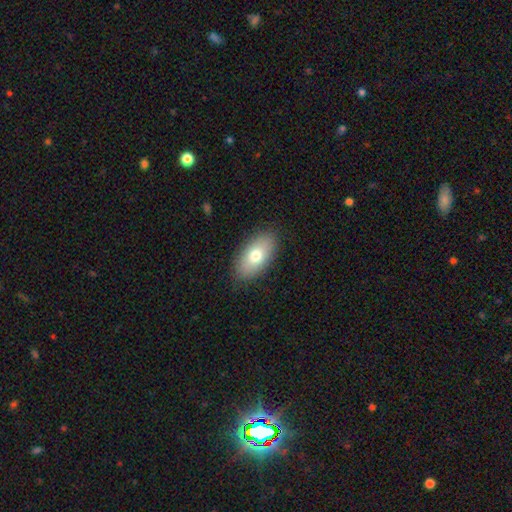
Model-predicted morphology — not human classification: Q: Smooth or featured?
A: smooth (75%); runner-up: featured or disk (18%)
Q: How rounded?
A: in between (93%); runner-up: round (4%)
Q: Merging?
A: none (87%); runner-up: minor disturbance (10%)